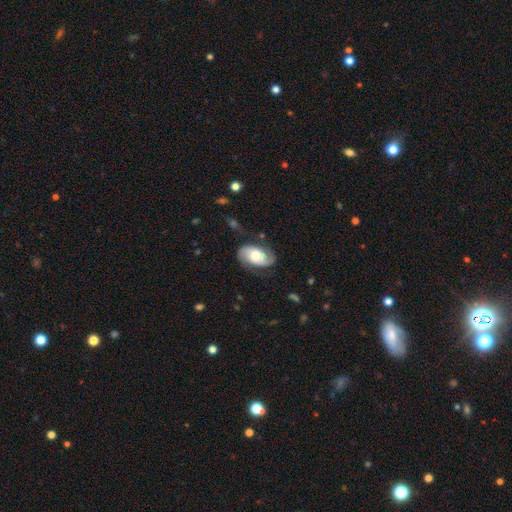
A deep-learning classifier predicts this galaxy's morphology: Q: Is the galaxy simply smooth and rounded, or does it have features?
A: featured or disk — 64%.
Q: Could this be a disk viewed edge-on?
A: no — 96%.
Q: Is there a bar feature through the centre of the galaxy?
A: no — 67%.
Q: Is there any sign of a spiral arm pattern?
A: yes — 87%.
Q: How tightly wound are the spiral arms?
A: medium — 42%.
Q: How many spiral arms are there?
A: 2 — 86%.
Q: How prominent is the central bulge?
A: moderate — 54%.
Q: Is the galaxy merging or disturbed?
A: none — 70%.